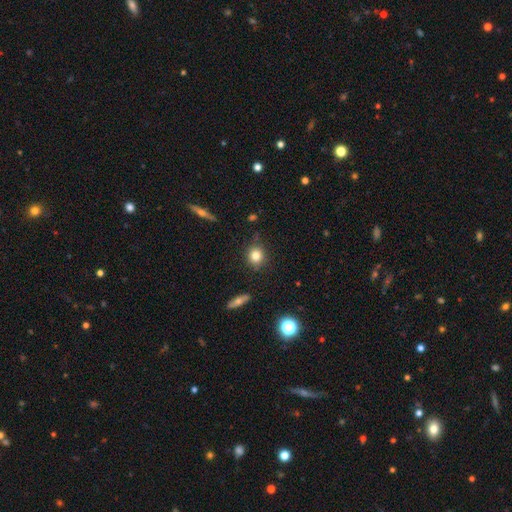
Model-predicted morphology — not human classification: A smooth galaxy with no disk features (80%) that is round (85%).

Vote fractions:
- Smooth or featured? smooth: 80% / star or artifact: 11% / featured or disk: 9%
- How rounded? round: 85% / in between: 14% / cigar-shaped: 1%
- Merging? none: 84% / minor disturbance: 11% / merger: 3% / major disturbance: 3%